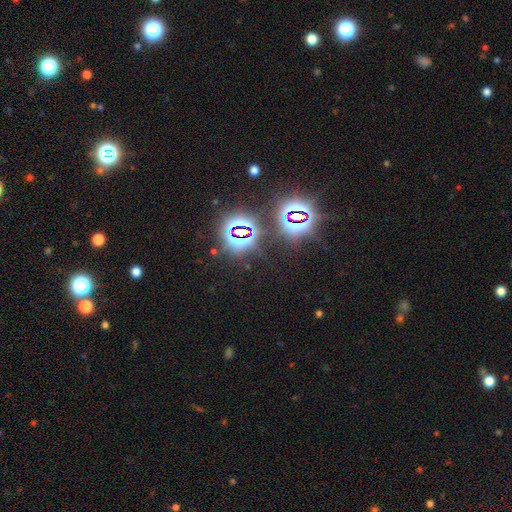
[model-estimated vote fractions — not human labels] Smooth or featured?
  - star or artifact: 79% *
  - smooth: 13%
  - featured or disk: 7%